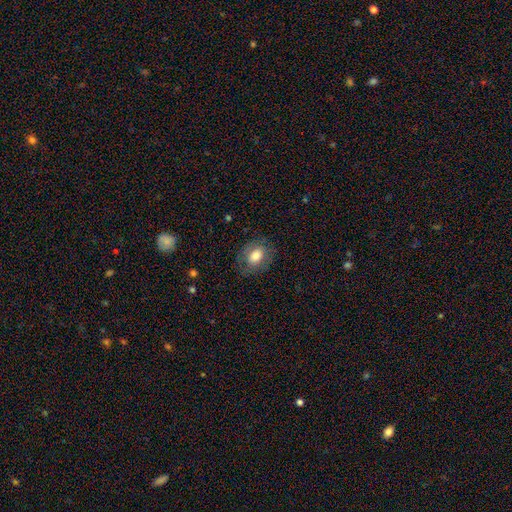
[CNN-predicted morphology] Smooth or featured? smooth (73%)
How rounded? in between (68%)
Merging? none (76%)